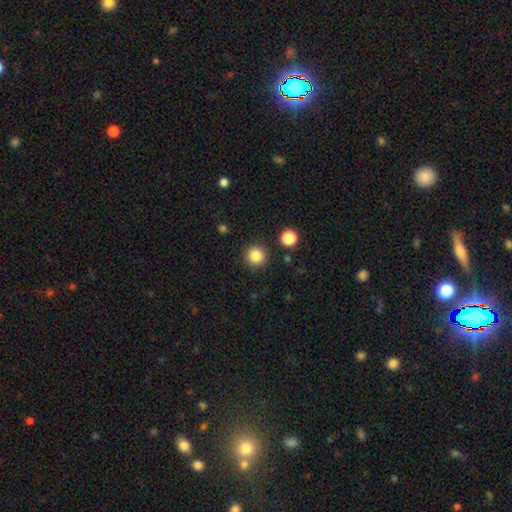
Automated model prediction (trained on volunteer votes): This is clearly a smooth galaxy (85%). How rounded: clearly round (95%). Merging: clearly none (90%).